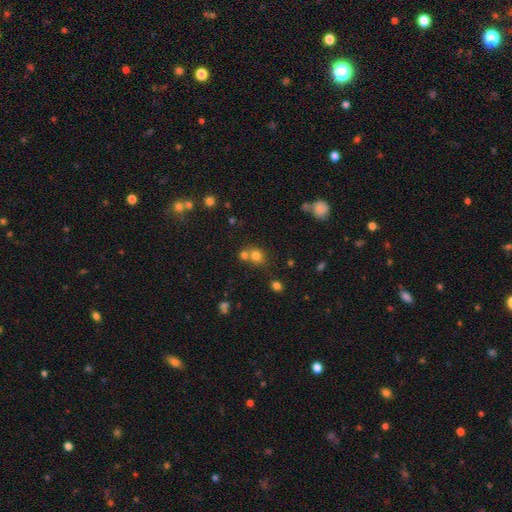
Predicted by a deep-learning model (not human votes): Overall: smooth (75%). How rounded: round (77%). Merging: none (48%; merger 40%).